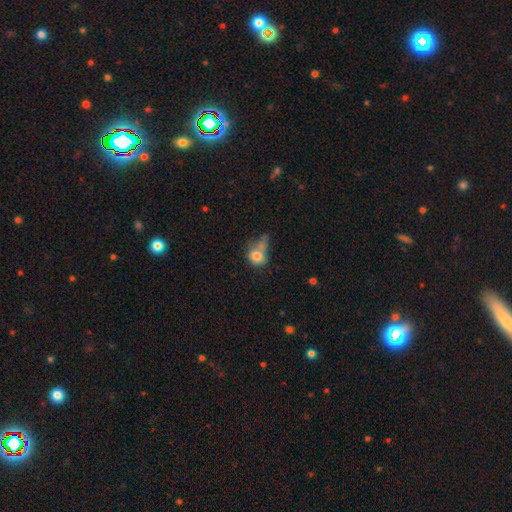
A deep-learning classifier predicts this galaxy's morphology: smooth 76%, featured or disk 13%, star or artifact 10%. Down the decision tree: how rounded — round (67%); merging — merger (33%).